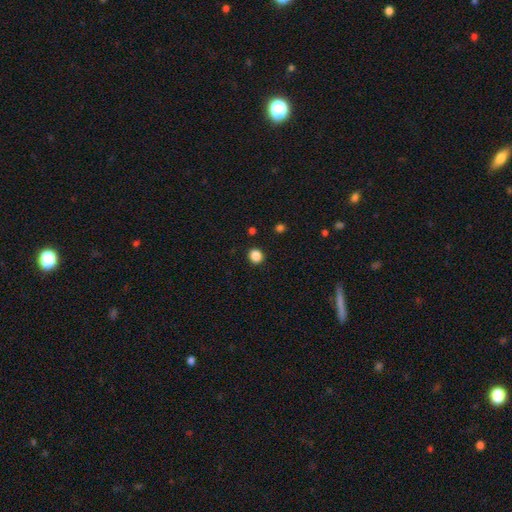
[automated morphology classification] A smooth galaxy with no disk features (87%) that is round (85%).

Vote fractions:
- Smooth or featured? smooth: 87% / star or artifact: 11% / featured or disk: 3%
- How rounded? round: 85% / in between: 14% / cigar-shaped: 1%
- Merging? none: 91% / minor disturbance: 5% / major disturbance: 2% / merger: 1%